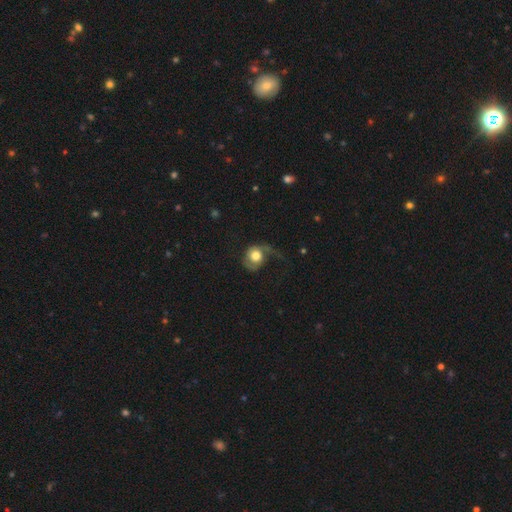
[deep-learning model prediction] smooth 48%, featured or disk 44%, star or artifact 8%. Down the decision tree: merging — major disturbance (45%).